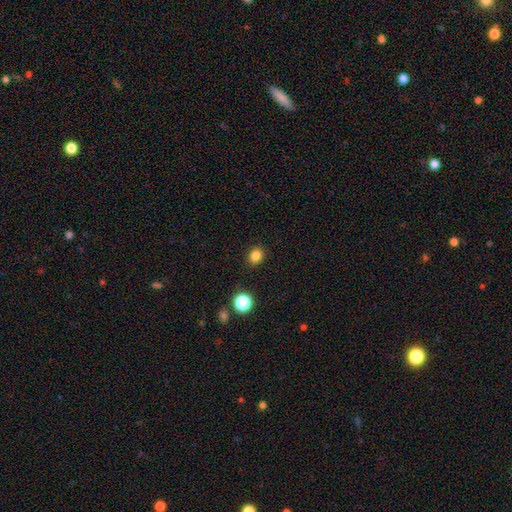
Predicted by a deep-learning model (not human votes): Smooth or featured? smooth (82%)
How rounded? round (65%)
Merging? none (90%)